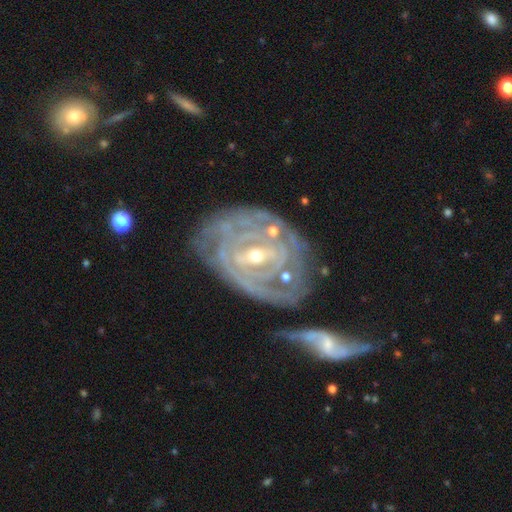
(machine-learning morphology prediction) Q: Smooth or featured?
A: featured or disk (88%); runner-up: smooth (7%)
Q: Edge-on disk?
A: no (96%); runner-up: yes (4%)
Q: Bar?
A: weak (47%); runner-up: strong (29%)
Q: Spiral arms?
A: yes (90%); runner-up: no (10%)
Q: Spiral winding?
A: tight (73%); runner-up: medium (21%)
Q: Spiral arm count?
A: can't tell (45%); runner-up: 2 (19%)
Q: Bulge size?
A: small (56%); runner-up: moderate (40%)
Q: Merging?
A: none (41%); runner-up: merger (25%)